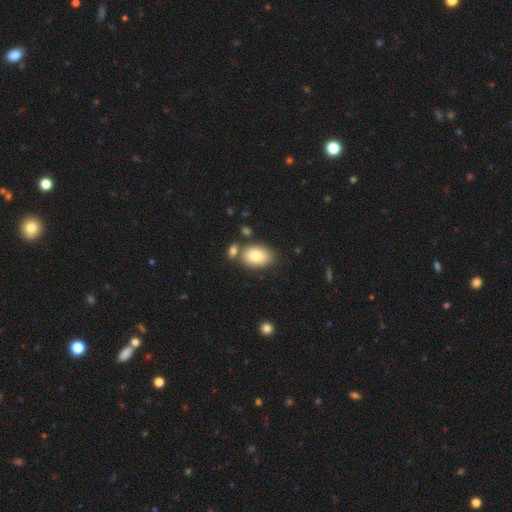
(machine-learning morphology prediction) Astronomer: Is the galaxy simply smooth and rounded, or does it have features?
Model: smooth — 81%.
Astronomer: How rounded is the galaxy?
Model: in between — 87%.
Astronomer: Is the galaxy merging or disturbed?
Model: none — 67%.